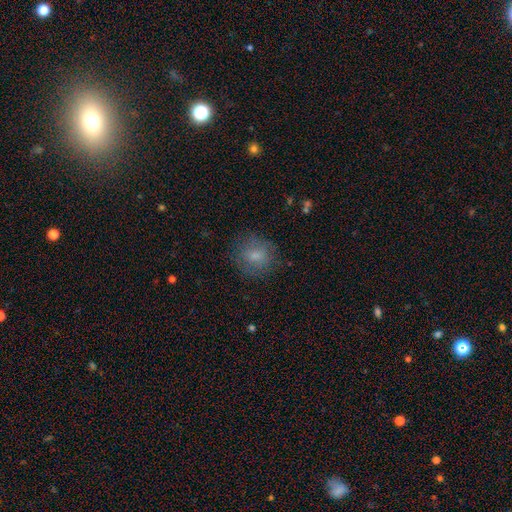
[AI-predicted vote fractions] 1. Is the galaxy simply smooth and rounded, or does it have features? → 76% smooth, 15% featured or disk, 9% star or artifact.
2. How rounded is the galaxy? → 83% round, 16% in between, 1% cigar-shaped.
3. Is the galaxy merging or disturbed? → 79% none, 14% minor disturbance, 6% major disturbance, 1% merger.